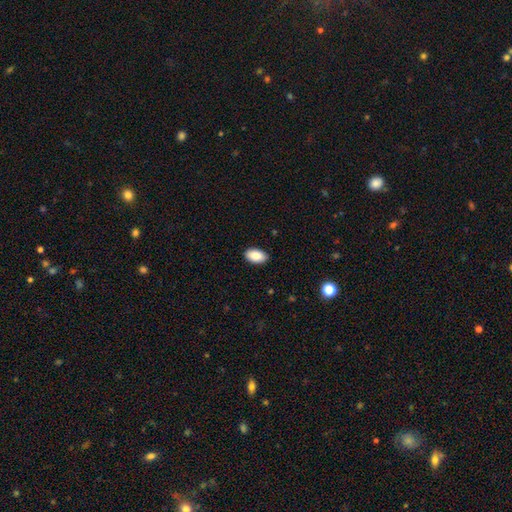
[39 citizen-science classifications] smooth-or-featured: smooth: 85% | star or artifact: 10% | featured or disk: 5%
  how-rounded: in between: 97% | round: 3% | cigar-shaped: 0%
  merging: none: 97% | minor disturbance: 3% | major disturbance: 0% | merger: 0%